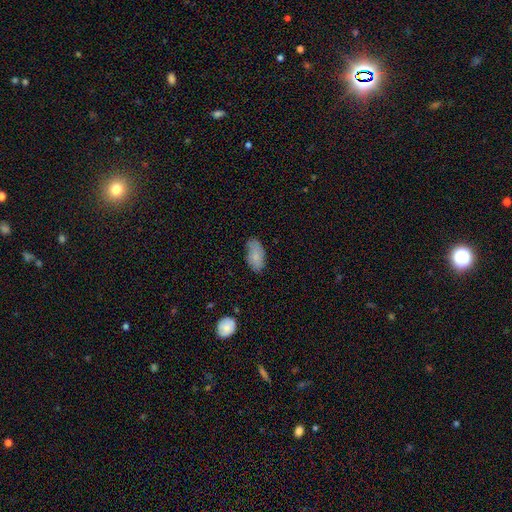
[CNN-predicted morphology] This appears to be a smooth galaxy with no disk features (80%) that is in between round and cigar-shaped (92%). Merging: none (72%).